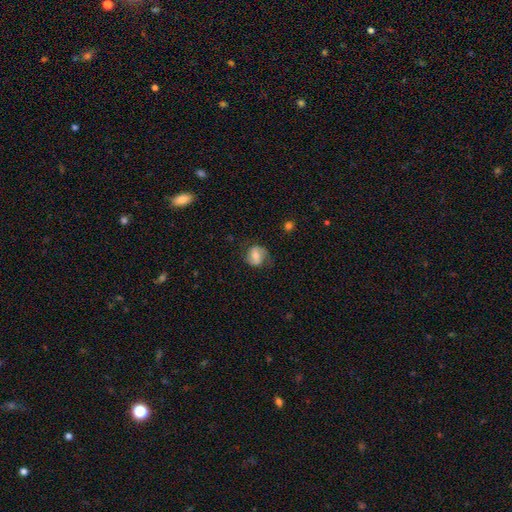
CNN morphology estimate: smooth-or-featured: smooth: 47% | featured or disk: 45% | star or artifact: 8%
  merging: none: 63% | minor disturbance: 24% | major disturbance: 12% | merger: 1%